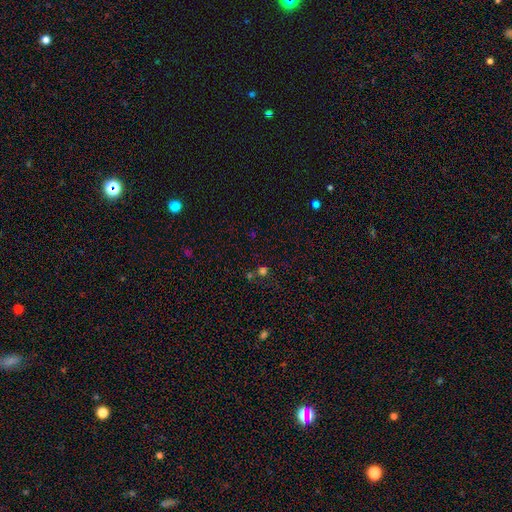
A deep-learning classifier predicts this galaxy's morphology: smooth 54%, star or artifact 40%, featured or disk 7%. Down the decision tree: how rounded — round (83%); merging — none (63%).